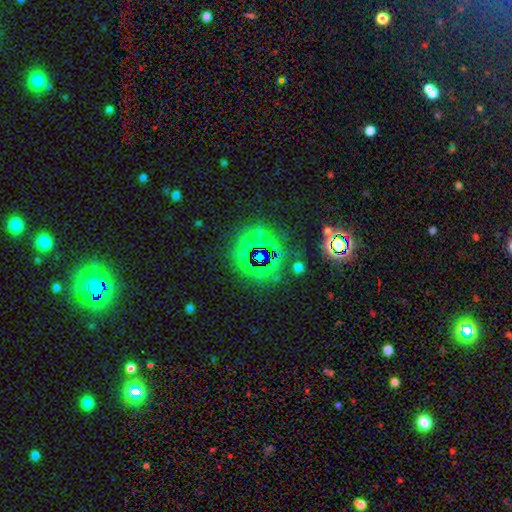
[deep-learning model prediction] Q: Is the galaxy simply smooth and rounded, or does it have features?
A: star or artifact — 71%.